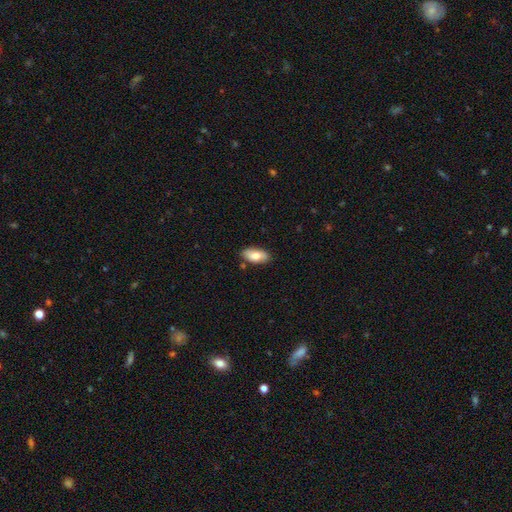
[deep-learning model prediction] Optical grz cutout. It shows a smooth galaxy with no disk features (77%) that is in between round and cigar-shaped (91%). Merging: none (84%).